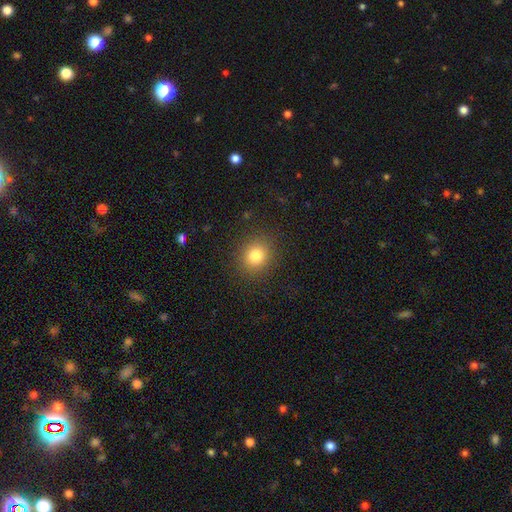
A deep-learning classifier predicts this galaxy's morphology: type=smooth (81%); roundness=round (80%); merging=none (88%).